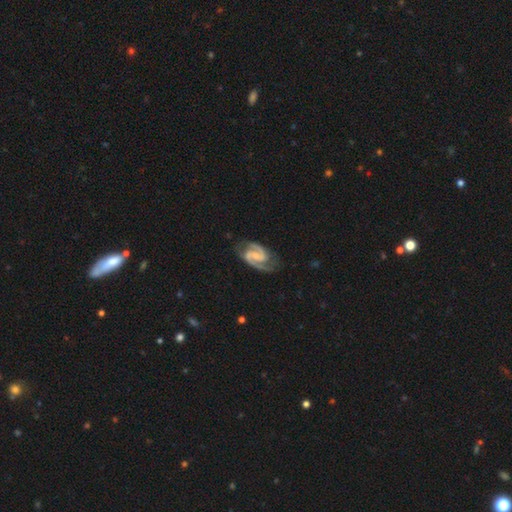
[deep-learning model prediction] Smooth or featured? featured or disk (92%)
Edge-on disk? no (98%)
Bar? weak (49%)
Spiral arms? yes (98%)
Spiral winding? medium (58%)
Spiral arm count? 2 (94%)
Bulge size? none (39%, tied with small)
Merging? none (78%)